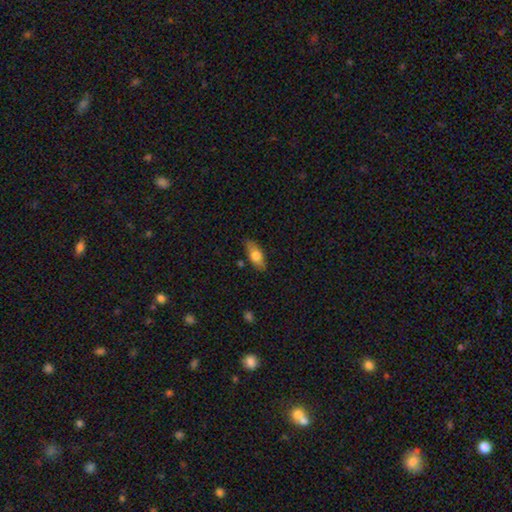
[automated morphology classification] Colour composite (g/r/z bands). It shows a smooth galaxy with no disk features (70%) that is in between round and cigar-shaped (78%). Merging: none (82%).